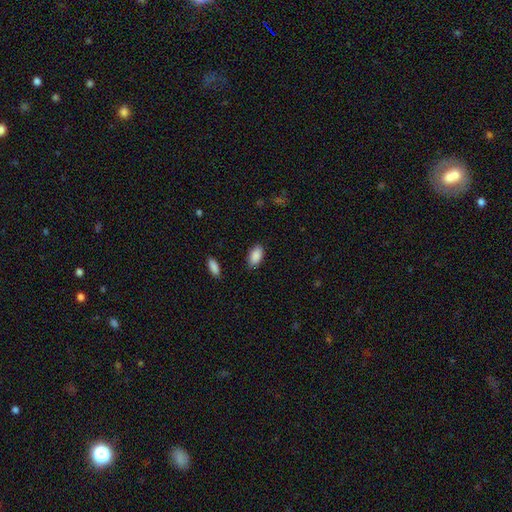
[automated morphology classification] smooth 89%, star or artifact 7%, featured or disk 4%. Down the decision tree: how rounded — in between (93%); merging — none (84%).